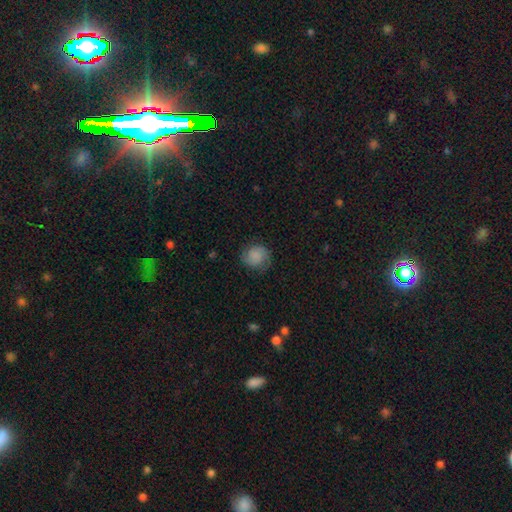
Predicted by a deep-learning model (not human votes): smooth 52%, featured or disk 39%, star or artifact 9%. Down the decision tree: how rounded — round (79%); merging — none (74%).